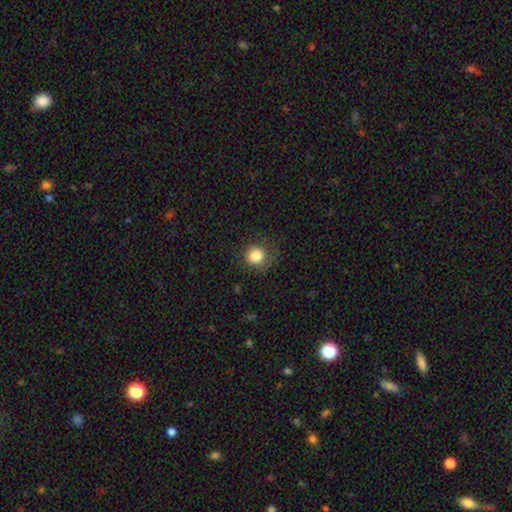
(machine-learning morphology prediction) Smooth or featured: smooth — 84% (star or artifact — 10%)
How rounded: round — 83% (in between — 16%)
Merging: none — 76% (minor disturbance — 16%)